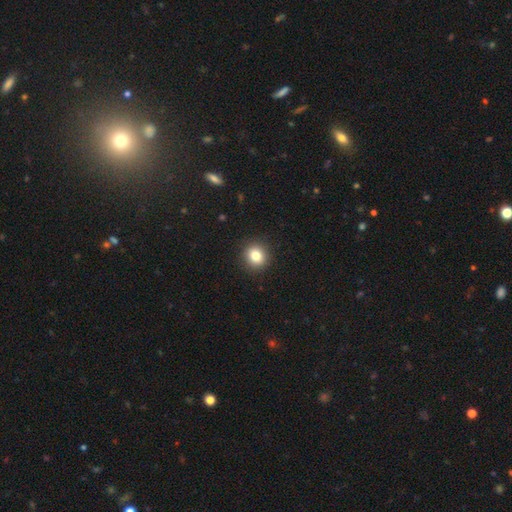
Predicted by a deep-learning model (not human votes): The model was most divided on "how rounded": round: 83%, in between: 16%, cigar-shaped: 1%. More confident: merging — none (91%); smooth or featured — smooth (83%).